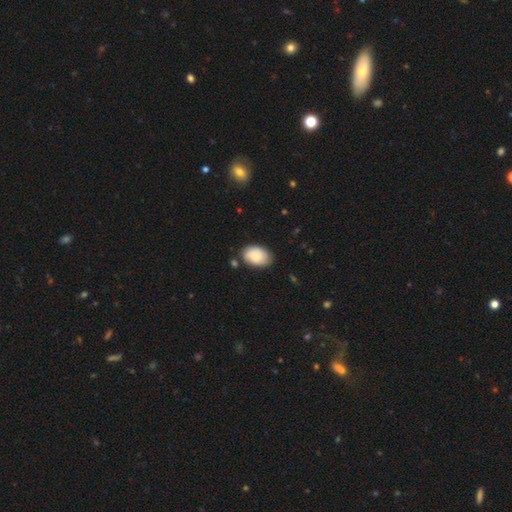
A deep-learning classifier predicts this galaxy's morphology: Q: Smooth or featured?
A: smooth (74%); runner-up: featured or disk (19%)
Q: How rounded?
A: in between (86%); runner-up: round (13%)
Q: Merging?
A: none (72%); runner-up: minor disturbance (21%)